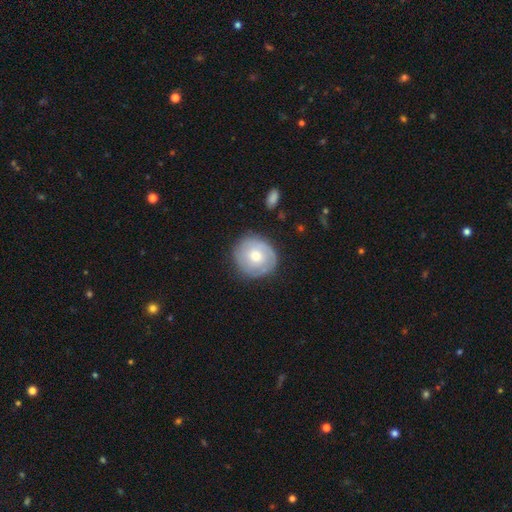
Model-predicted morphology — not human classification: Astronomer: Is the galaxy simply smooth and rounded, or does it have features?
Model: smooth — 48% (runner-up: featured or disk, 46%).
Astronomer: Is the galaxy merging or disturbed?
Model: none — 79%.